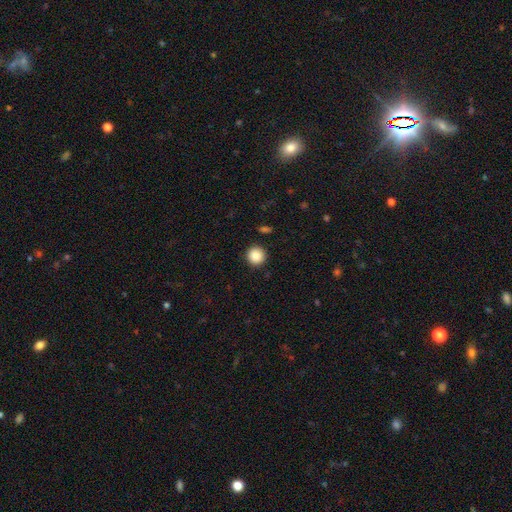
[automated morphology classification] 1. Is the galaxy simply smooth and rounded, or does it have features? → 88% smooth, 9% star or artifact, 3% featured or disk.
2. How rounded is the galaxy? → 95% round, 4% in between, 1% cigar-shaped.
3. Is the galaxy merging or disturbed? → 91% none, 5% minor disturbance, 2% major disturbance, 1% merger.